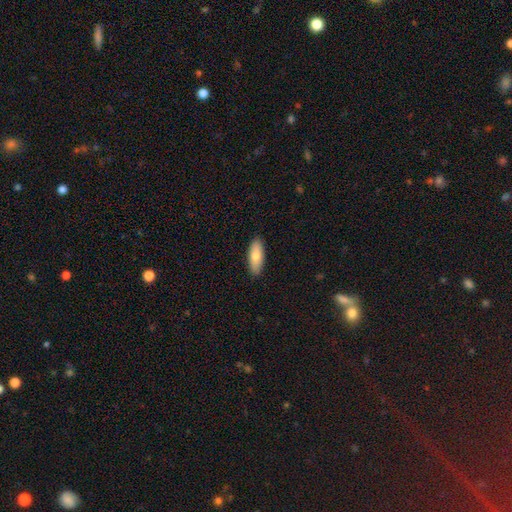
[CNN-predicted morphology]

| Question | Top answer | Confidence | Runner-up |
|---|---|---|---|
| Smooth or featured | smooth | 79% | featured or disk (15%) |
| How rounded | in between | 70% | cigar-shaped (28%) |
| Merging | none | 90% | minor disturbance (8%) |